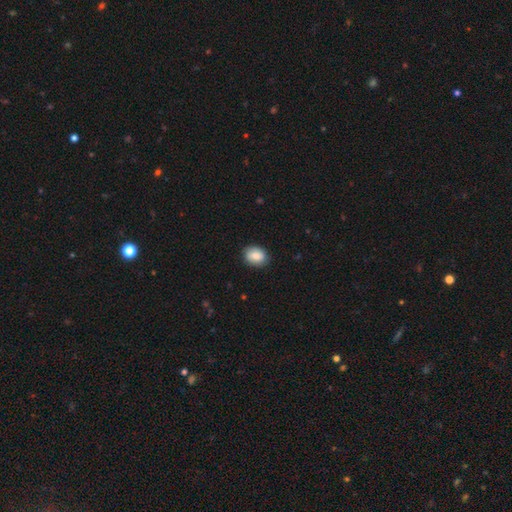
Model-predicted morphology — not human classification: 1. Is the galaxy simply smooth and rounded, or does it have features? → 84% smooth, 10% featured or disk, 7% star or artifact.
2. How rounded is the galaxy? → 65% in between, 34% round, 1% cigar-shaped.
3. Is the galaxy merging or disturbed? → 85% none, 11% minor disturbance, 2% major disturbance, 1% merger.